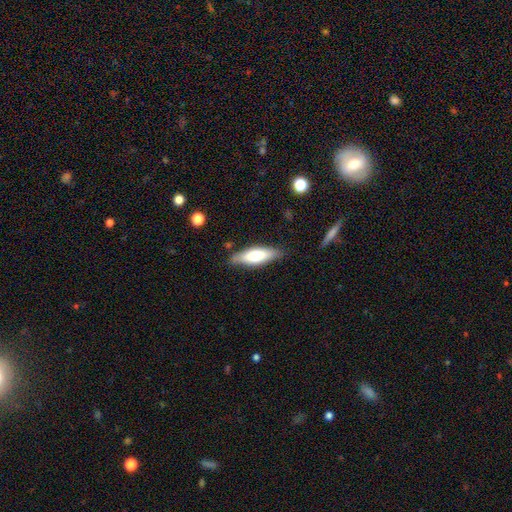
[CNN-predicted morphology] A smooth galaxy with no disk features (63%) that is in between round and cigar-shaped (53%). Merging: none (80%).